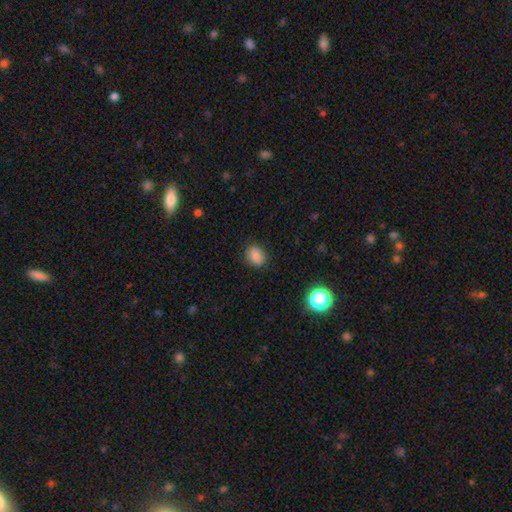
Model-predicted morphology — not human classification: smooth-or-featured: smooth: 85% | star or artifact: 10% | featured or disk: 5%
  how-rounded: in between: 53% | round: 46% | cigar-shaped: 1%
  merging: none: 85% | minor disturbance: 11% | major disturbance: 3% | merger: 1%